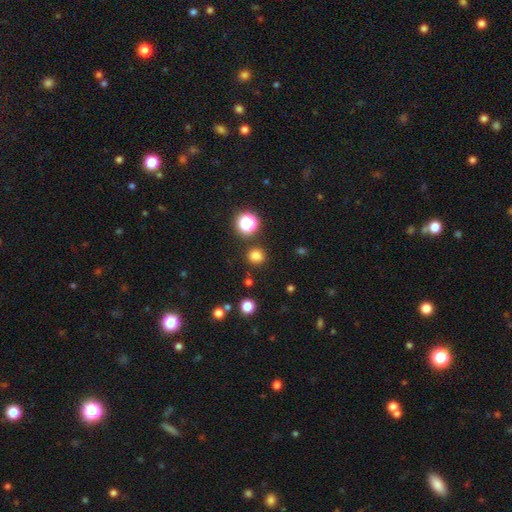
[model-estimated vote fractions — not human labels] smooth 78%, star or artifact 18%, featured or disk 4%. Down the decision tree: how rounded — round (86%); merging — none (86%).